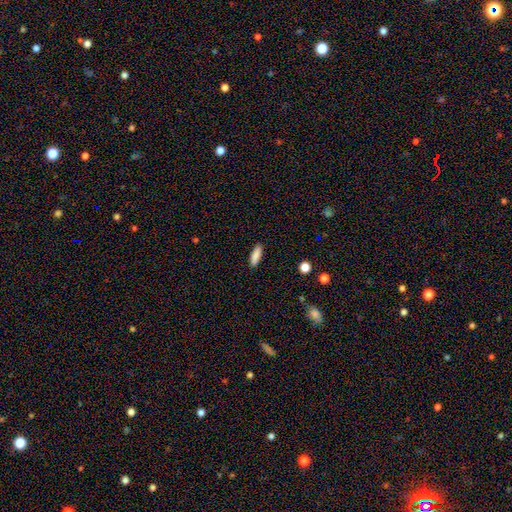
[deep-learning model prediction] This appears to be a smooth galaxy with no disk features (87%) that is cigar-shaped (50%). Merging: none (89%).